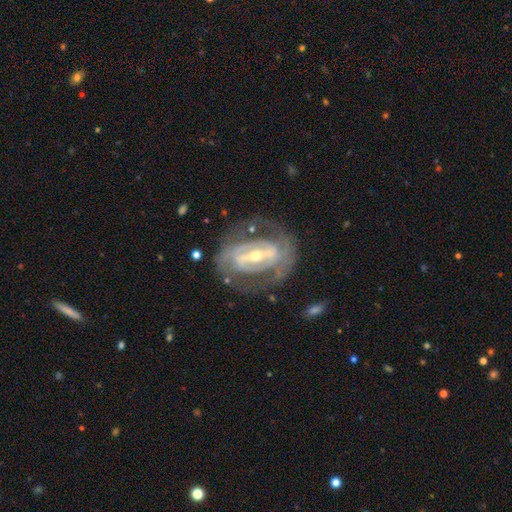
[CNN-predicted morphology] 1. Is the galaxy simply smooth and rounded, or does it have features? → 86% featured or disk, 9% smooth, 5% star or artifact.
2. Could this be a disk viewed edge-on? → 93% no, 7% yes.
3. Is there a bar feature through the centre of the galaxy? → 62% strong, 26% weak, 12% no.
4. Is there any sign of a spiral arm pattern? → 80% yes, 20% no.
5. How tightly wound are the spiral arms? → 53% tight, 35% medium, 12% loose.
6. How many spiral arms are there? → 59% 2, 24% can't tell, 8% 3, 4% 1, 3% 4, 2% more than 4.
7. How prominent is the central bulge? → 48% moderate, 46% small, 4% large, 1% none, 1% dominant.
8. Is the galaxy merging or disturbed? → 68% none, 17% minor disturbance, 13% major disturbance, 2% merger.